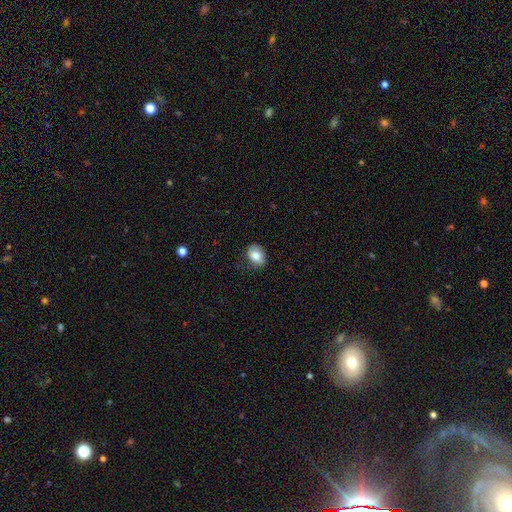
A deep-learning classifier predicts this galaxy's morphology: type=smooth (80%); roundness=in between (63%); merging=none (72%).